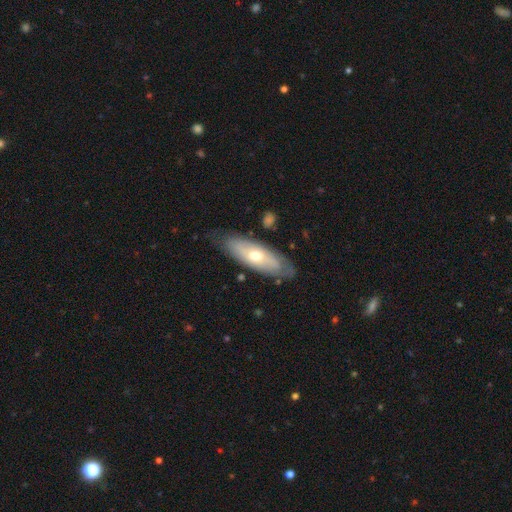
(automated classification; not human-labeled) The model was most divided on "smooth or featured" (2-way tie): featured or disk: 47%, smooth: 47%, star or artifact: 6%. More confident: merging — none (77%).